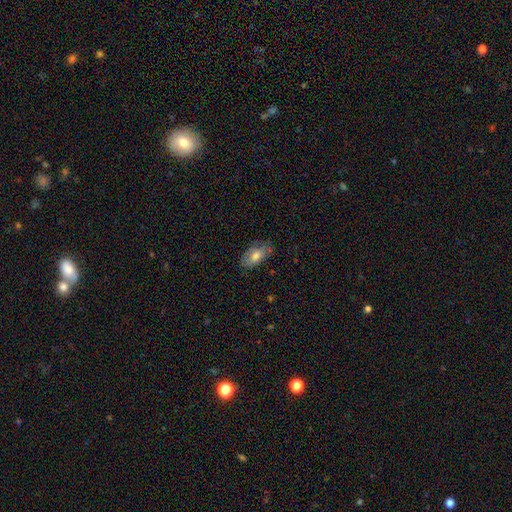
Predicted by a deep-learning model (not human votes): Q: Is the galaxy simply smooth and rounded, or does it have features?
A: smooth — 69%.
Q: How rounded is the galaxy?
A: in between — 91%.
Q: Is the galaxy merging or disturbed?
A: none — 75%.